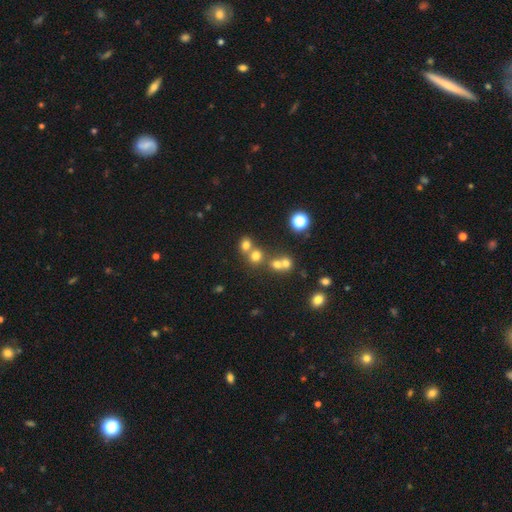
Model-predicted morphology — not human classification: A smooth galaxy with no disk features (67%) that is round (80%). Merging: none (49%).